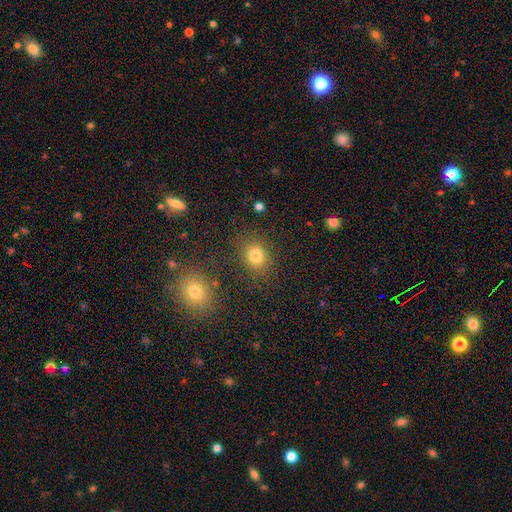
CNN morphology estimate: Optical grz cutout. It shows a smooth galaxy with no disk features (78%) that is round (64%). Merging: none (82%).